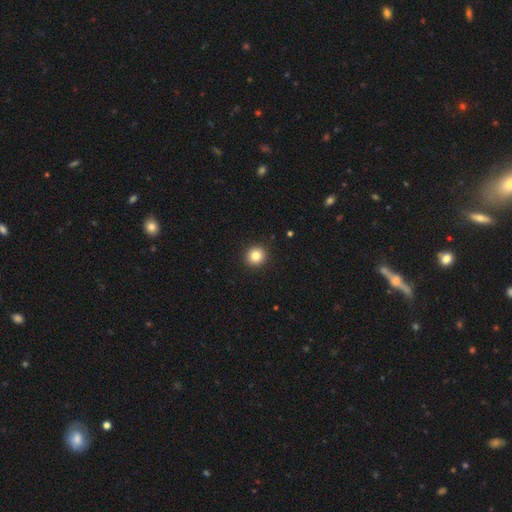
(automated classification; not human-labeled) Q: Smooth or featured?
A: smooth (83%); runner-up: star or artifact (10%)
Q: How rounded?
A: round (92%); runner-up: in between (7%)
Q: Merging?
A: none (93%); runner-up: minor disturbance (5%)